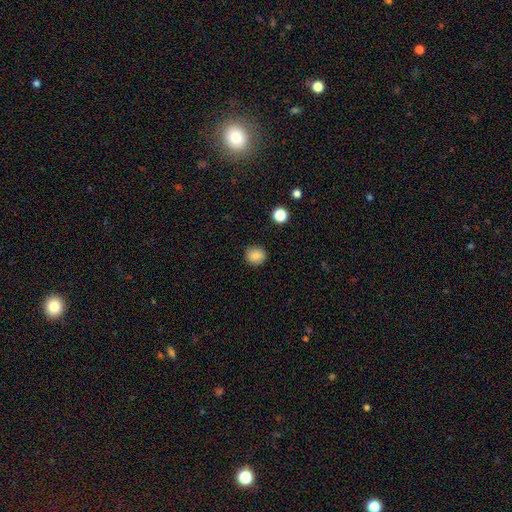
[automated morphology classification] Smooth or featured? smooth (85%)
How rounded? round (89%)
Merging? none (90%)